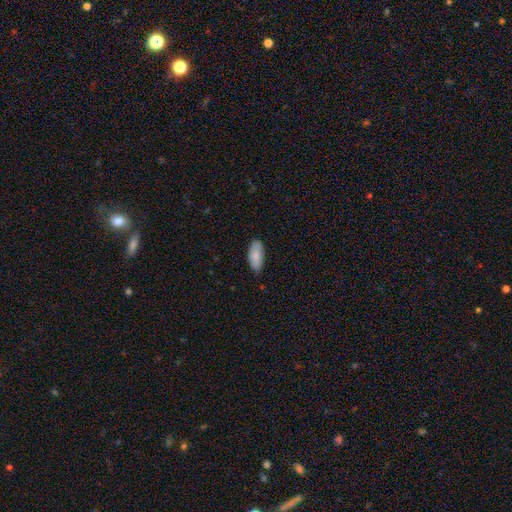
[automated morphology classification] This is clearly a smooth galaxy (83%). How rounded: clearly in between (88%). Merging: likely none (75%).